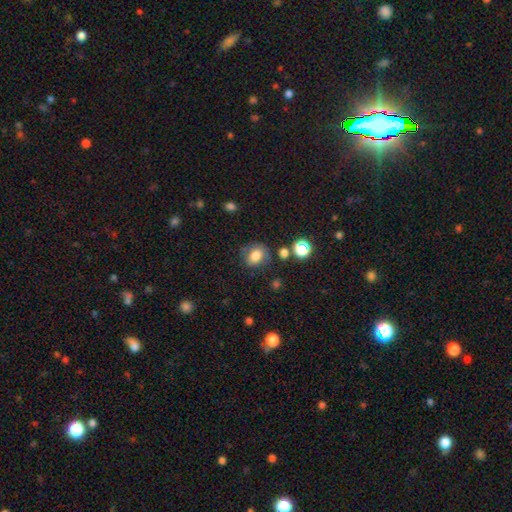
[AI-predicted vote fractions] Morphology: type=smooth (78%); roundness=round (56%); merging=none (71%).